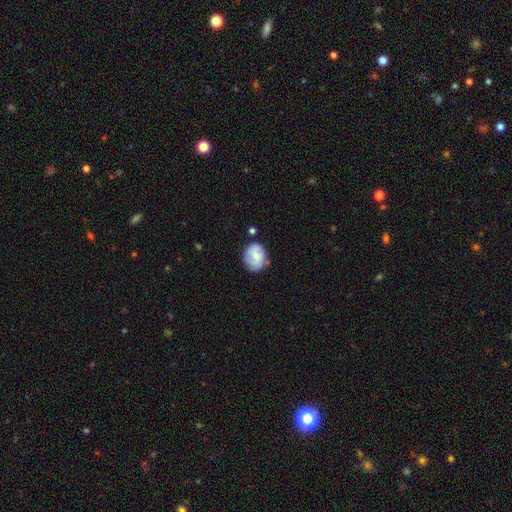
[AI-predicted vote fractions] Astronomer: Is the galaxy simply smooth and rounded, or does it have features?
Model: smooth — 58% (runner-up: featured or disk, 35%).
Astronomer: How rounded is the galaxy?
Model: round — 59% (runner-up: in between, 40%).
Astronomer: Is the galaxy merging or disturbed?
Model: none — 67%.